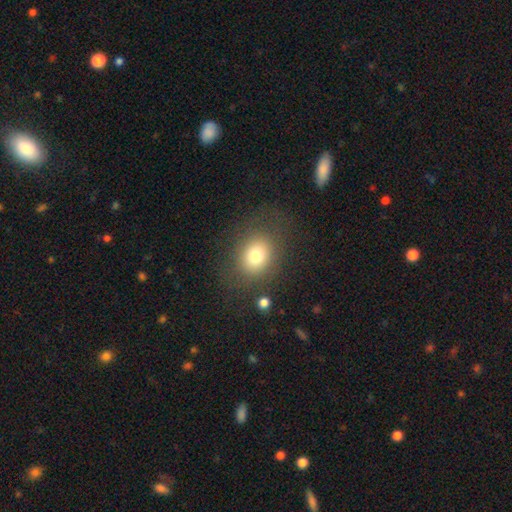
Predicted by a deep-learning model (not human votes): A smooth galaxy with no disk features (76%) that is round (57%). Merging: none (76%).